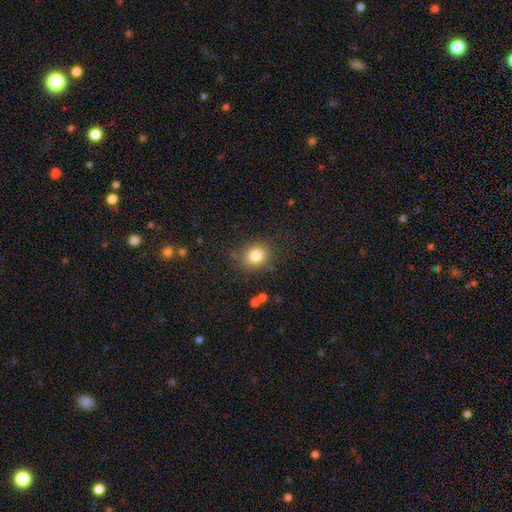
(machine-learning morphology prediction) Smooth or featured? smooth (81%)
How rounded? round (75%)
Merging? none (81%)